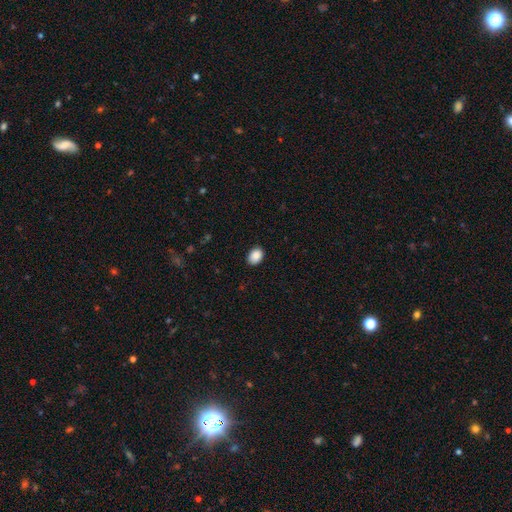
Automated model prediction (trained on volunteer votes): Q: Smooth or featured?
A: smooth (89%); runner-up: star or artifact (8%)
Q: How rounded?
A: in between (73%); runner-up: round (26%)
Q: Merging?
A: none (88%); runner-up: minor disturbance (10%)